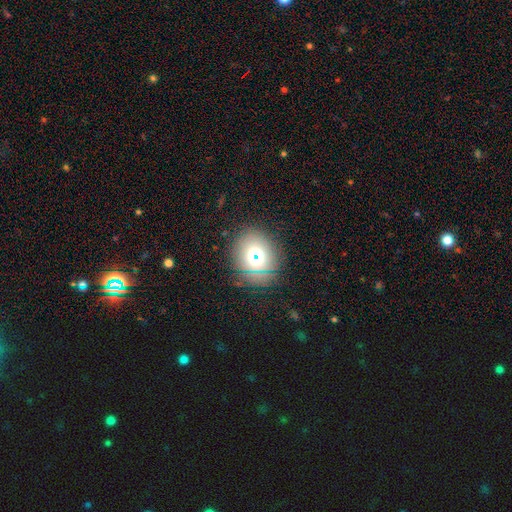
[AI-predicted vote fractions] This is possibly a smooth galaxy (50%). Merging: clearly none (82%).